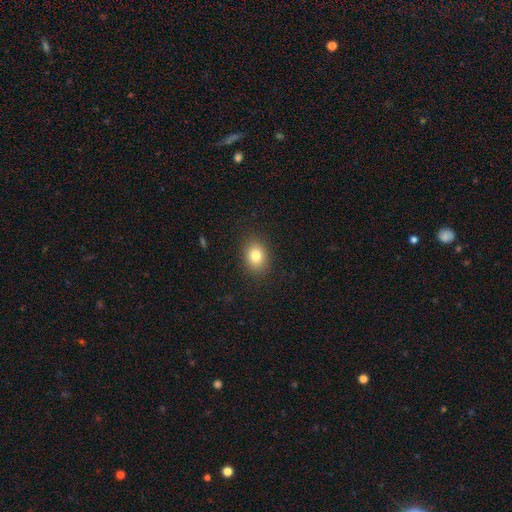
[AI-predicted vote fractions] This appears to be a smooth galaxy with no disk features (82%) that is in between round and cigar-shaped (59%). Merging: none (88%).